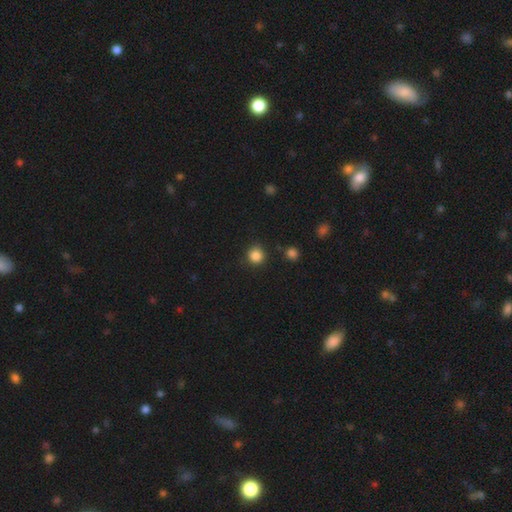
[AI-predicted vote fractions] This is clearly a smooth galaxy (85%). How rounded: clearly round (92%). Merging: clearly none (87%).